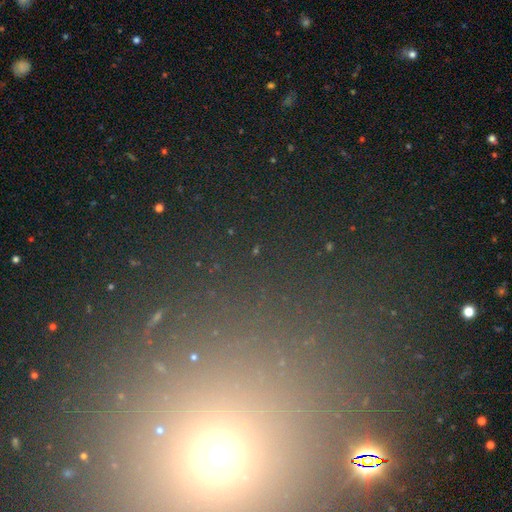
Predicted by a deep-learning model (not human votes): Morphology: type=star or artifact (51%).